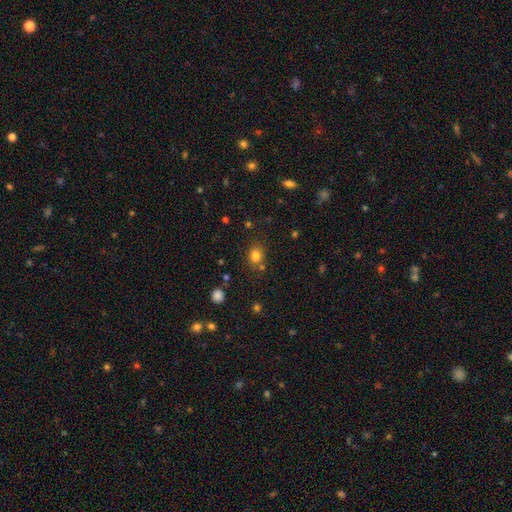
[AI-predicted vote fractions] smooth 80%, star or artifact 14%, featured or disk 7%. Down the decision tree: how rounded — round (64%); merging — none (76%).